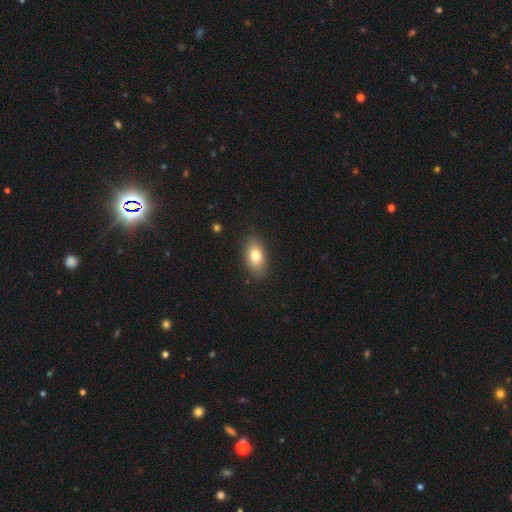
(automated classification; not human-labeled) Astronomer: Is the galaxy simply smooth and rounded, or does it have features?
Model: smooth — 77%.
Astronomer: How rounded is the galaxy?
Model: in between — 89%.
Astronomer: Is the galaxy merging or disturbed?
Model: none — 87%.